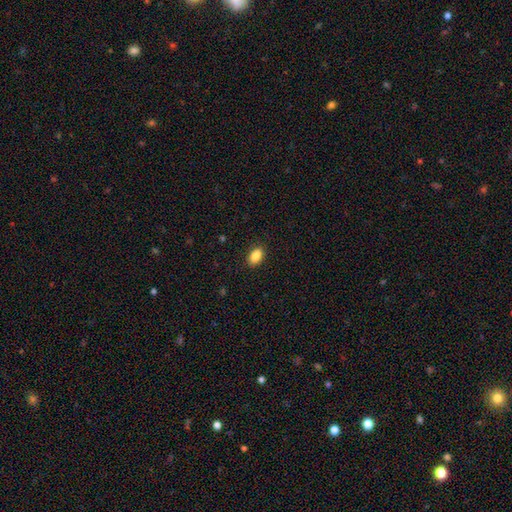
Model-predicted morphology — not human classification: Smooth or featured?
  - smooth: 88% *
  - star or artifact: 8%
  - featured or disk: 4%
How rounded?
  - in between: 89% *
  - round: 9%
  - cigar-shaped: 2%
Merging?
  - none: 89% *
  - minor disturbance: 8%
  - major disturbance: 2%
  - merger: 1%